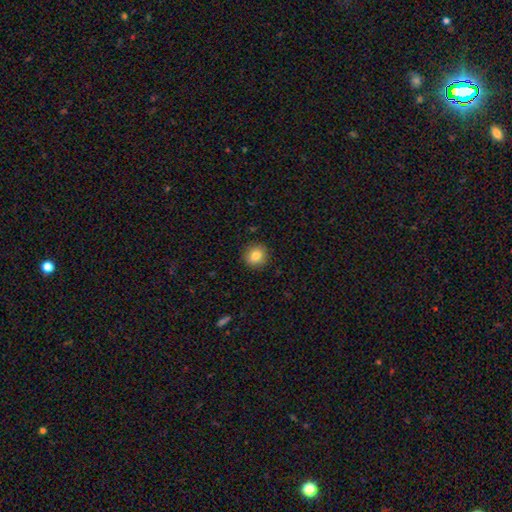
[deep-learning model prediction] smooth 83%, star or artifact 9%, featured or disk 8%. Down the decision tree: how rounded — round (88%); merging — none (91%).